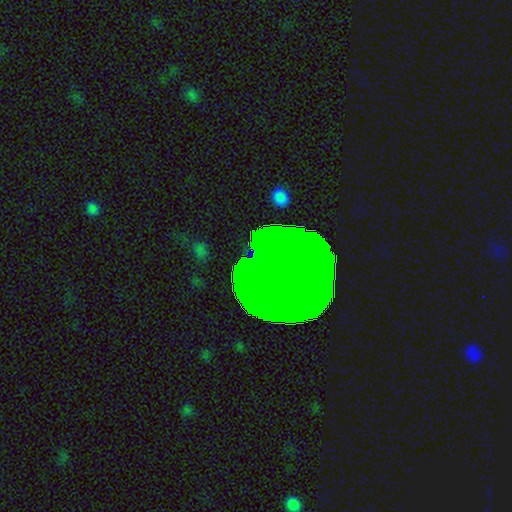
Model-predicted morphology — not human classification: Q: Smooth or featured?
A: star or artifact (77%); runner-up: featured or disk (12%)